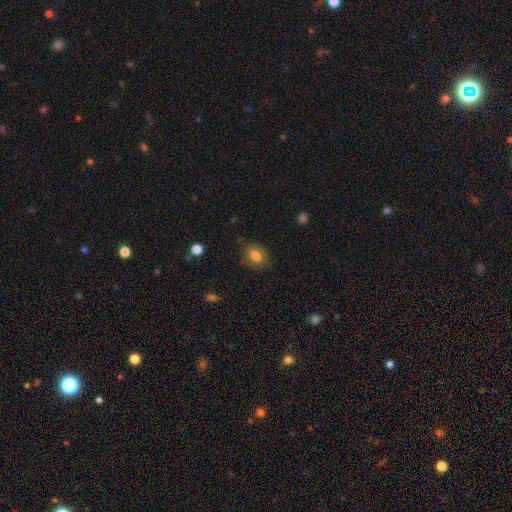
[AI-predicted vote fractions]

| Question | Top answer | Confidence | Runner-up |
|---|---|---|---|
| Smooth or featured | smooth | 81% | featured or disk (10%) |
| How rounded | in between | 60% | round (39%) |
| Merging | none | 82% | minor disturbance (13%) |